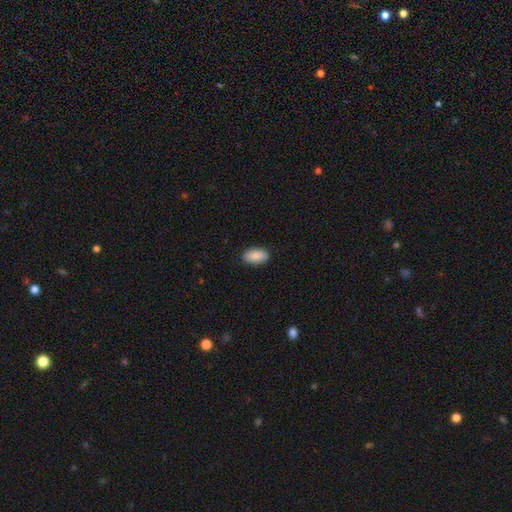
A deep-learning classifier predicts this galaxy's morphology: A smooth galaxy with no disk features (89%) that is in between round and cigar-shaped (93%). Merging: none (89%).